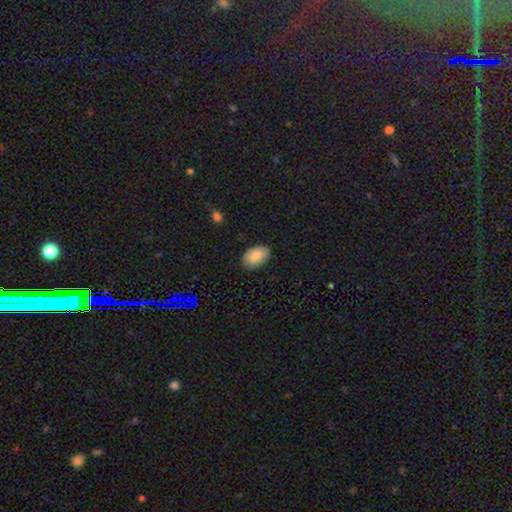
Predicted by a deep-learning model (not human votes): Smooth or featured: smooth — 86% (featured or disk — 8%)
How rounded: in between — 93% (round — 6%)
Merging: none — 85% (minor disturbance — 12%)